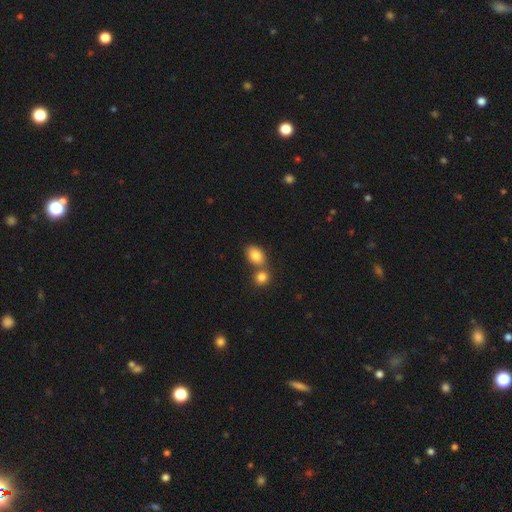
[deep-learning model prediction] Overall: smooth (84%). How rounded: in between (74%). Merging: none (47%; merger 41%).